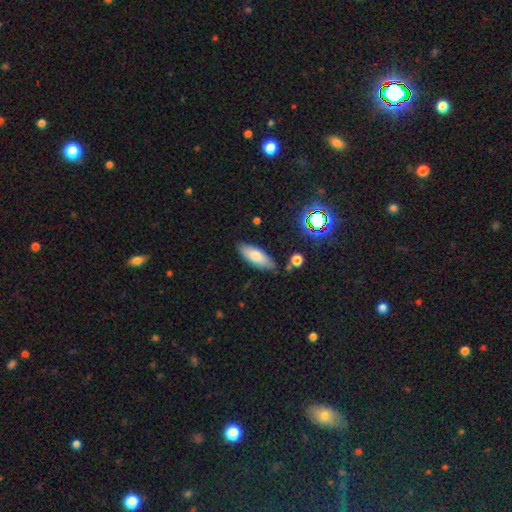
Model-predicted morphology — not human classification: Smooth or featured?
  - smooth: 75% *
  - featured or disk: 17%
  - star or artifact: 8%
How rounded?
  - in between: 71% *
  - cigar-shaped: 27%
  - round: 2%
Merging?
  - none: 81% *
  - minor disturbance: 14%
  - merger: 3%
  - major disturbance: 3%